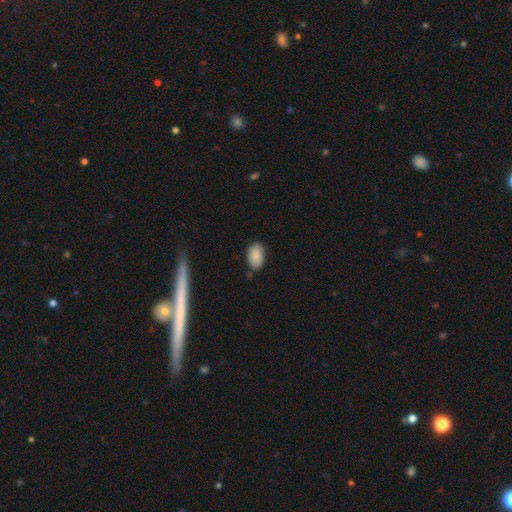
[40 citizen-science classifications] This appears to be a smooth galaxy with no disk features (92%) that is in between round and cigar-shaped (95%). Merging: none (82%).